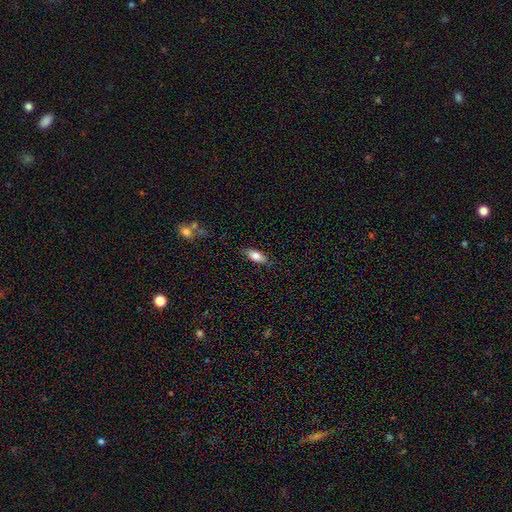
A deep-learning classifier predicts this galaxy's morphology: smooth 76%, featured or disk 17%, star or artifact 7%. Down the decision tree: how rounded — in between (80%); merging — none (81%).